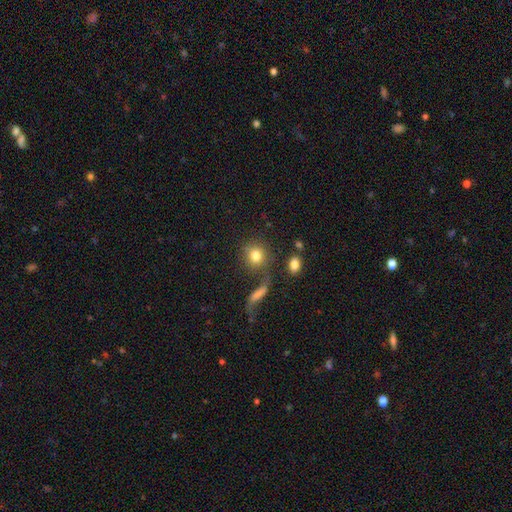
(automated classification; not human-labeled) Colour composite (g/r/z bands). It shows a smooth galaxy with no disk features (80%) that is round (82%). Merging: none (64%).